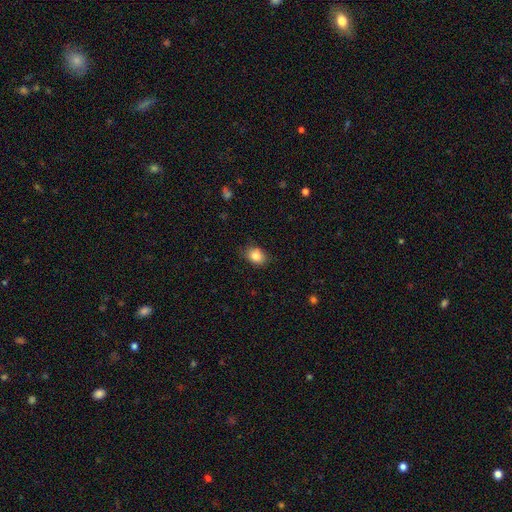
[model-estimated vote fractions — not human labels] Overall: smooth (85%). How rounded: in between (64%; round 35%). Merging: none (82%).